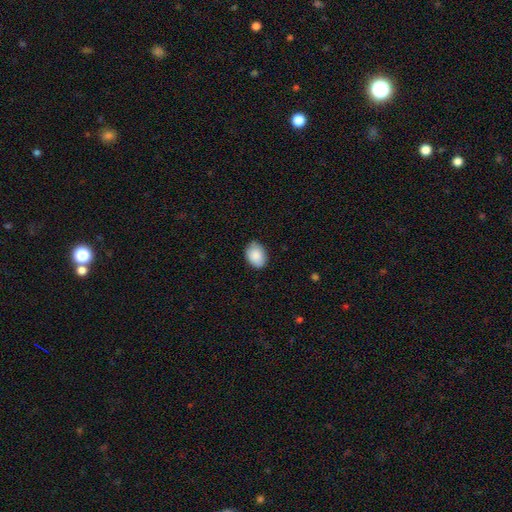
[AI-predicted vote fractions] Morphology: type=smooth (88%); roundness=in between (76%); merging=none (84%).